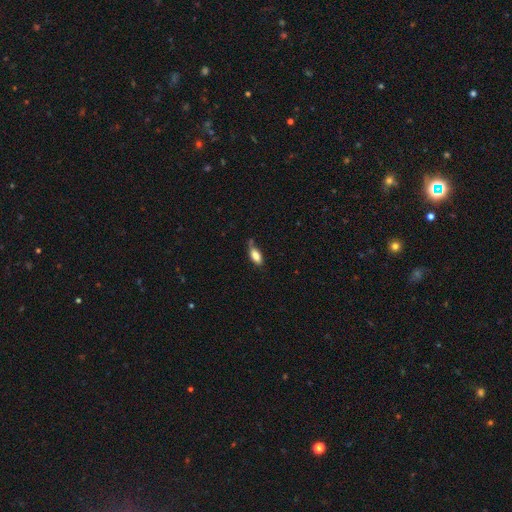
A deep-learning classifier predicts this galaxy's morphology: Smooth or featured? Predicted: smooth (p=0.83). How rounded? Predicted: in between (p=0.86). Merging? Predicted: none (p=0.58).